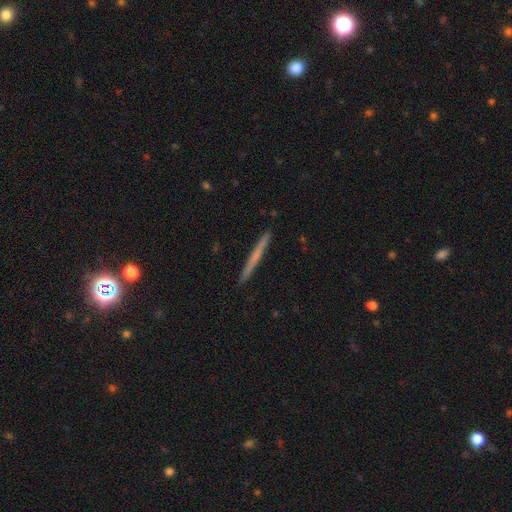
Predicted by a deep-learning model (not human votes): Smooth or featured: featured or disk — 48% (smooth — 47%)
Merging: none — 93% (minor disturbance — 5%)